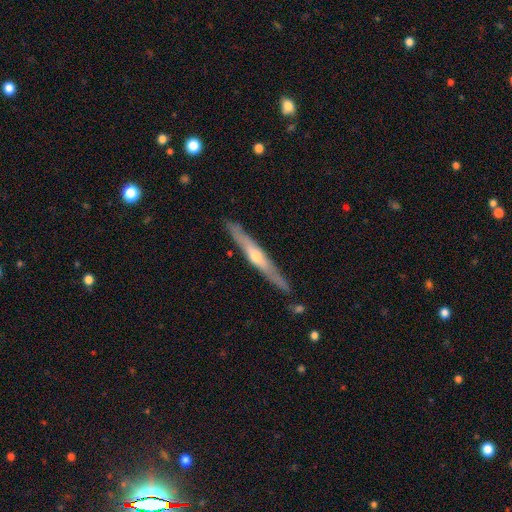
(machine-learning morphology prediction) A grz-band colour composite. It shows a featured or disk galaxy (66%) viewed edge-on (94%) with a rounded central bulge (81%). Merging: none (87%).